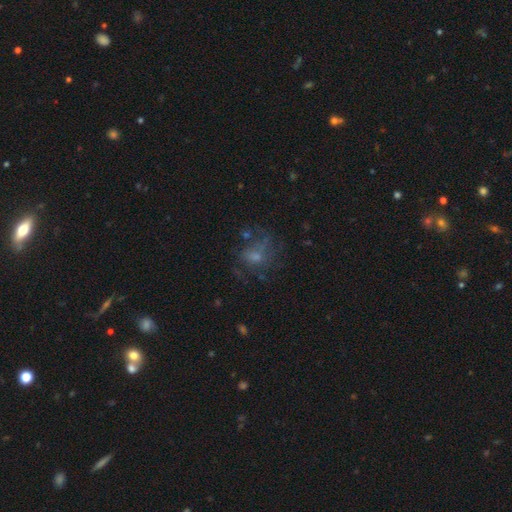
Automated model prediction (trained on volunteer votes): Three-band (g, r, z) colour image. It shows a featured or disk galaxy (43%). Merging: none (48%).